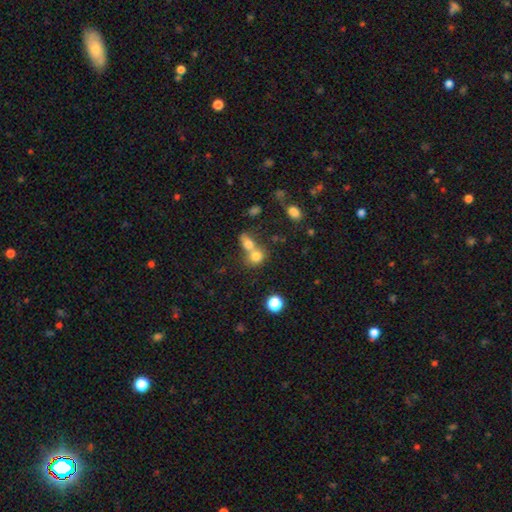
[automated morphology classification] smooth-or-featured: smooth: 75% | star or artifact: 13% | featured or disk: 13%
  how-rounded: round: 65% | in between: 33% | cigar-shaped: 2%
  merging: merger: 62% | none: 28% | minor disturbance: 6% | major disturbance: 4%